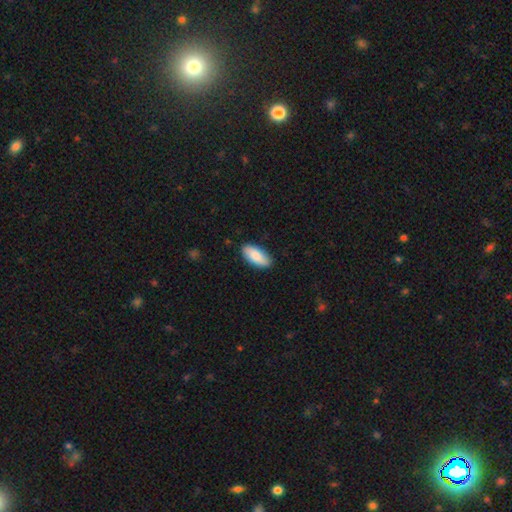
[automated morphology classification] A smooth galaxy with no disk features (84%) that is in between round and cigar-shaped (88%). Merging: none (85%).